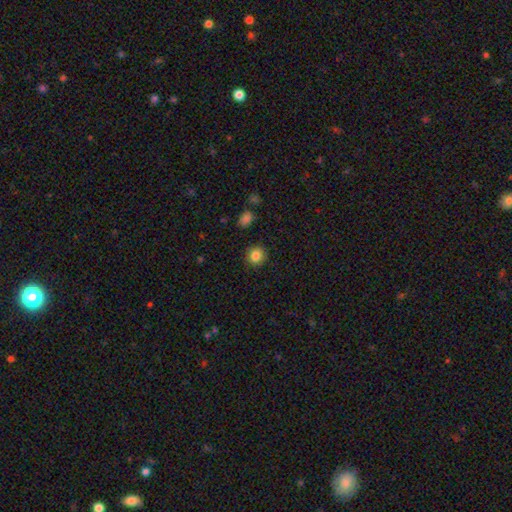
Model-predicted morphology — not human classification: This appears to be a smooth galaxy with no disk features (85%) that is round (87%). Merging: none (89%).